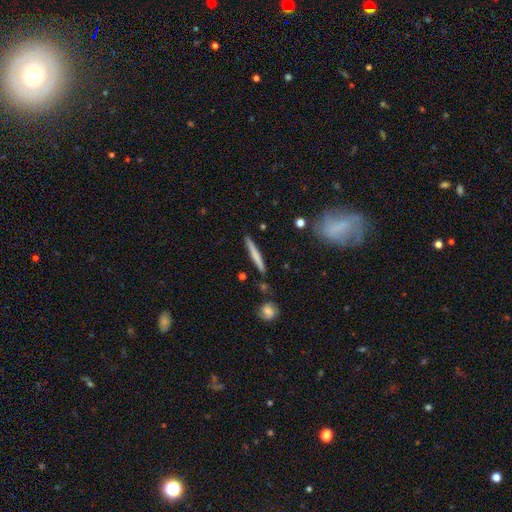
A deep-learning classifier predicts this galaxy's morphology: Smooth or featured? smooth (63%)
How rounded? cigar-shaped (95%)
Merging? none (89%)